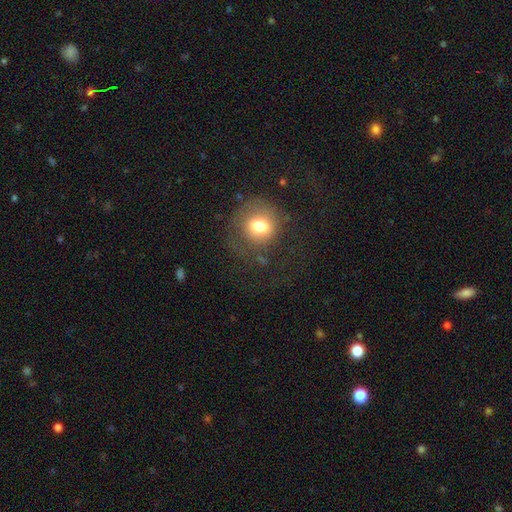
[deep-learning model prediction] This appears to be a smooth galaxy with no disk features (59%) that is round (90%). Merging: none (65%).